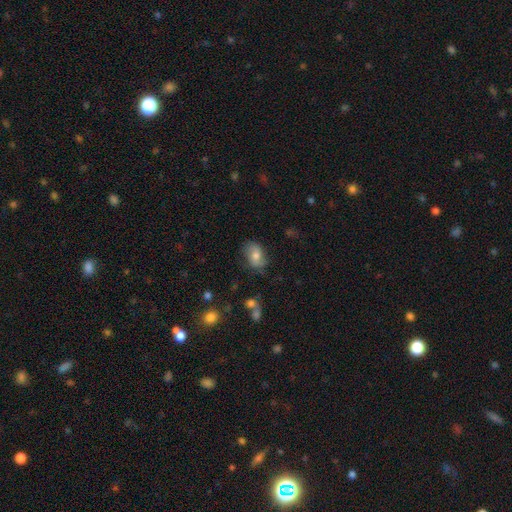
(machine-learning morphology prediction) Smooth or featured?
  - smooth: 68% *
  - featured or disk: 23%
  - star or artifact: 9%
How rounded?
  - in between: 80% *
  - round: 18%
  - cigar-shaped: 2%
Merging?
  - none: 71% *
  - minor disturbance: 21%
  - major disturbance: 6%
  - merger: 2%